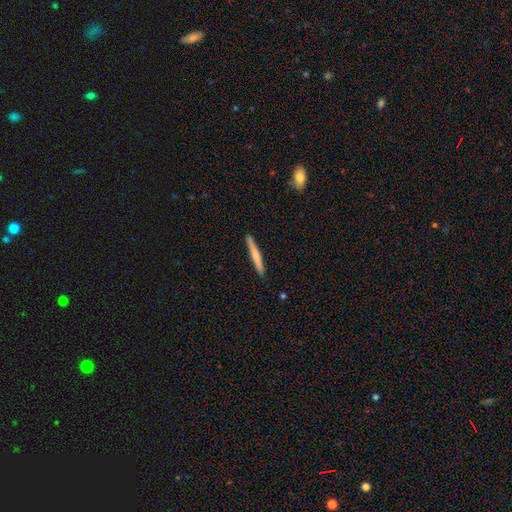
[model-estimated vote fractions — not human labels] A smooth galaxy with no disk features (65%) that is cigar-shaped (96%).

Vote fractions:
- Smooth or featured? smooth: 65% / featured or disk: 29% / star or artifact: 5%
- How rounded? cigar-shaped: 96% / in between: 2% / round: 1%
- Merging? none: 91% / minor disturbance: 7% / major disturbance: 1% / merger: 1%